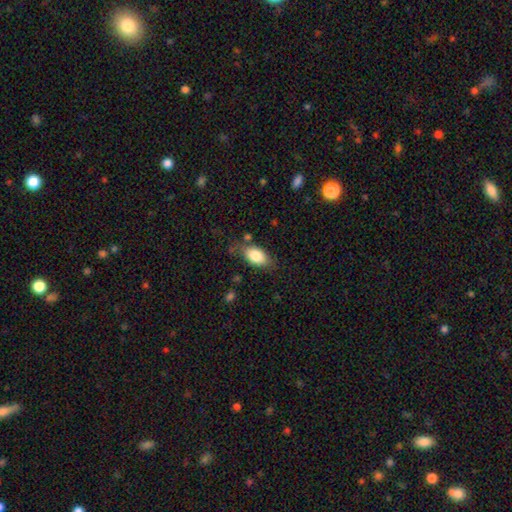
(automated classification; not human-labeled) smooth 82%, featured or disk 12%, star or artifact 7%. Down the decision tree: how rounded — in between (90%); merging — none (68%).